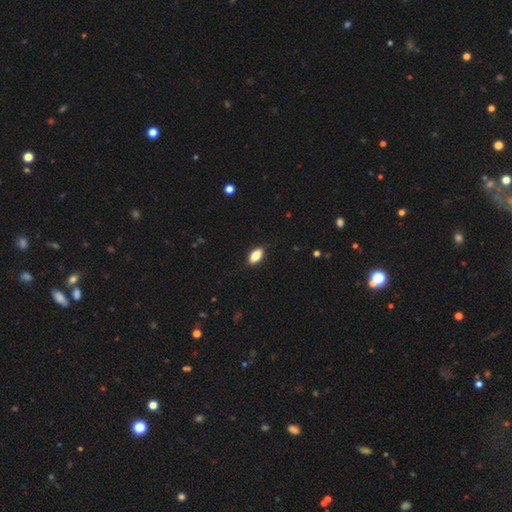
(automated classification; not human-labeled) This is clearly a smooth galaxy (82%). How rounded: clearly in between (88%). Merging: clearly none (86%).